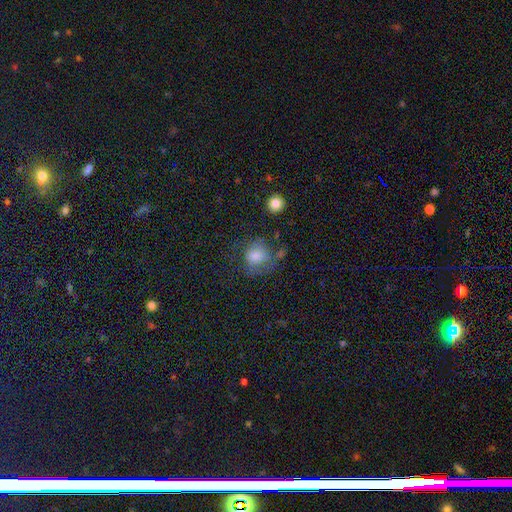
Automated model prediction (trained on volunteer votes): Smooth or featured? Predicted: smooth (p=0.66). How rounded? Predicted: round (p=0.74). Merging? Predicted: none (p=0.51).